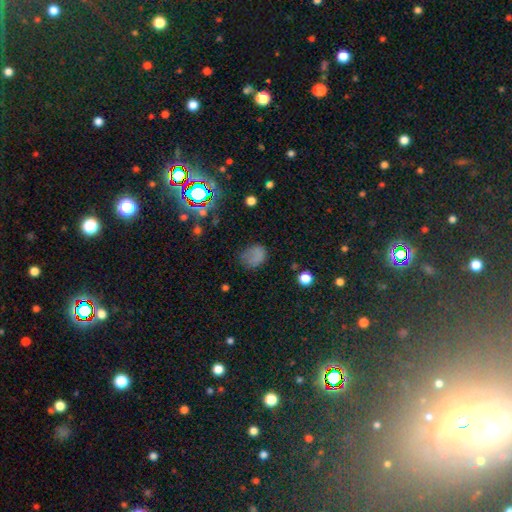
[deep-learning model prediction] smooth 73%, star or artifact 18%, featured or disk 10%. Down the decision tree: how rounded — in between (55%); merging — none (53%).